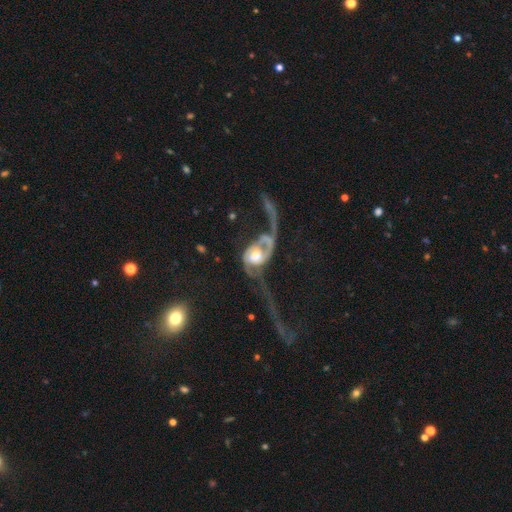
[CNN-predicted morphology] The model was most divided on "bulge size": moderate: 46%, large: 35%, small: 10%, dominant: 7%, none: 3%. More confident: edge-on disk — no (95%); spiral arms — yes (85%); smooth or featured — featured or disk (81%); spiral arm count — 2 (80%); spiral winding — loose (78%); bar — no (69%); merging — major disturbance (60%).